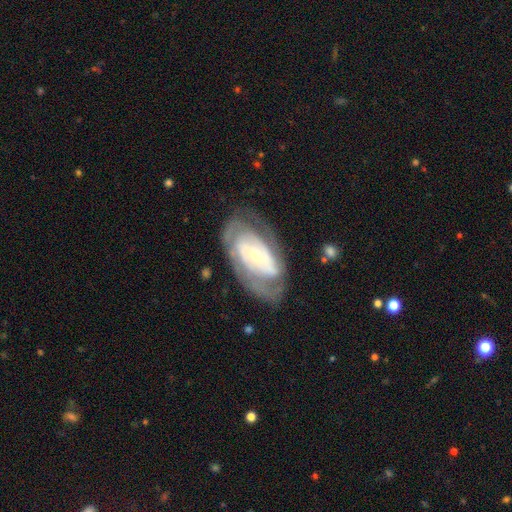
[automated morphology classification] The model was most divided on "spiral arm count": 2: 45%, can't tell: 31%, 3: 12%, 1: 5%, 4: 4%, more than 4: 3%. More confident: edge-on disk — no (94%); spiral arms — yes (87%); smooth or featured — featured or disk (82%); merging — none (69%); spiral winding — tight (62%); bar — no (61%); bulge size — small (57%).